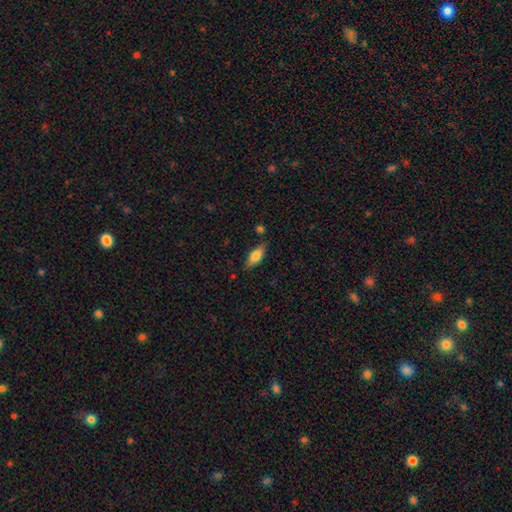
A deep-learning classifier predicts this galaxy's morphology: Smooth or featured? Predicted: smooth (p=0.72). How rounded? Predicted: in between (p=0.74). Merging? Predicted: none (p=0.77).